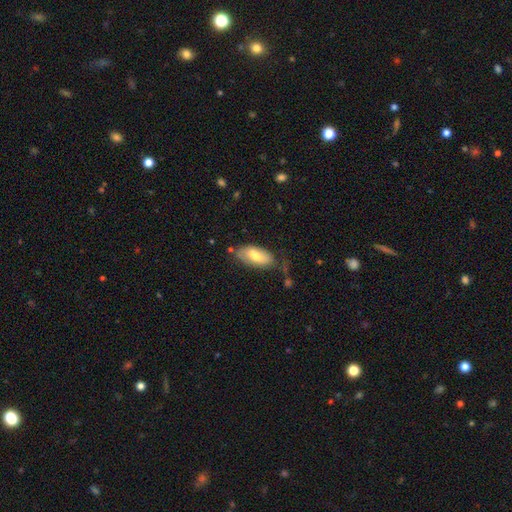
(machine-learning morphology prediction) This is likely a smooth galaxy (67%). How rounded: clearly in between (89%). Merging: possibly none (60%).